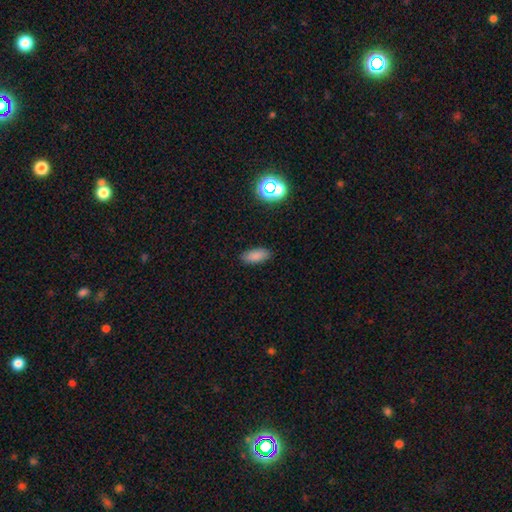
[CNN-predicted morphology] type=smooth (84%); roundness=in between (87%); merging=none (87%).